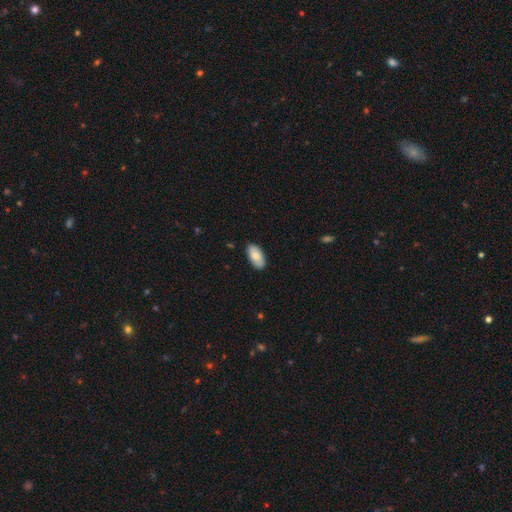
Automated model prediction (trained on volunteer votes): Smooth or featured? smooth (79%)
How rounded? in between (94%)
Merging? none (87%)